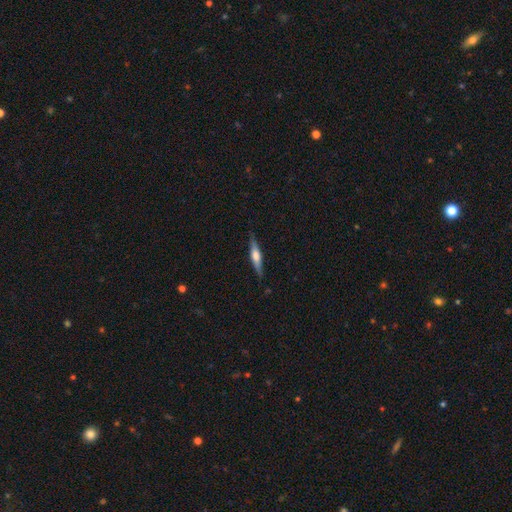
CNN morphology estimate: This is possibly a featured or disk galaxy (54%). It is clearly viewed edge-on (95%). Edge-on bulge: clearly rounded (81%). Merging: clearly none (86%).